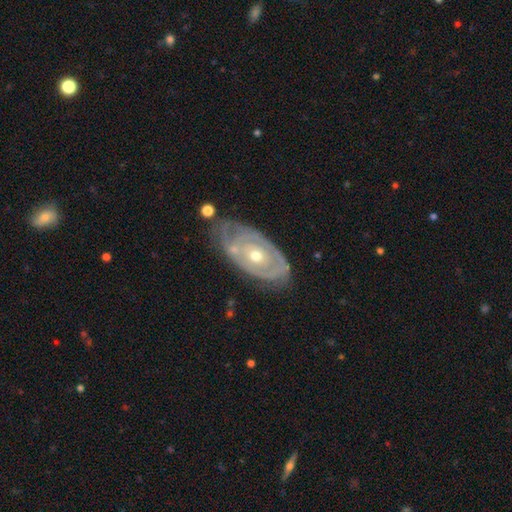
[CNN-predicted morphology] Smooth or featured? Predicted: featured or disk (p=0.80). Edge-on disk? Predicted: no (p=0.92). Bar? Predicted: no (p=0.83). Spiral arms? Predicted: yes (p=0.65). Bulge size? Predicted: moderate (p=0.58). Merging? Predicted: none (p=0.60).